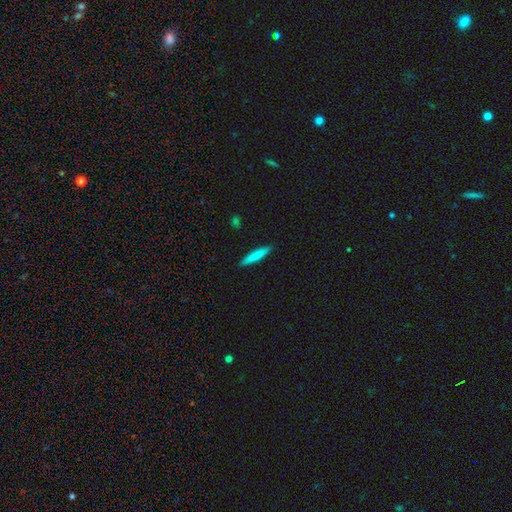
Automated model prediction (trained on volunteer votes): A smooth galaxy with no disk features (79%) that is cigar-shaped (91%).

Vote fractions:
- Smooth or featured? smooth: 79% / featured or disk: 15% / star or artifact: 6%
- How rounded? cigar-shaped: 91% / in between: 8% / round: 1%
- Merging? none: 90% / minor disturbance: 7% / major disturbance: 2% / merger: 1%